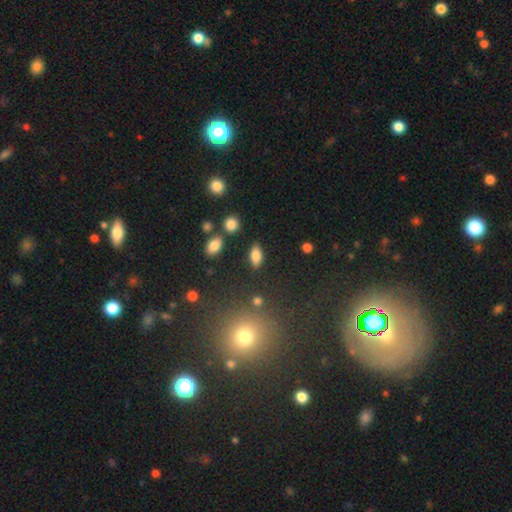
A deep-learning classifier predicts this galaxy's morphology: This is clearly a smooth galaxy (80%). How rounded: clearly in between (86%). Merging: clearly none (81%).